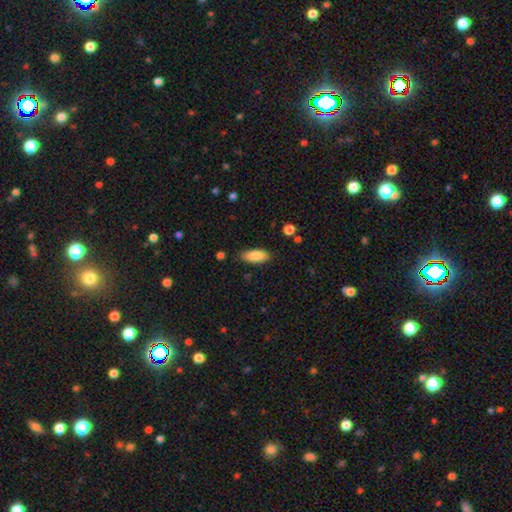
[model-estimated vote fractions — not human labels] smooth-or-featured: smooth: 87% | featured or disk: 7% | star or artifact: 6%
  how-rounded: in between: 80% | cigar-shaped: 18% | round: 2%
  merging: none: 84% | minor disturbance: 12% | major disturbance: 3% | merger: 2%